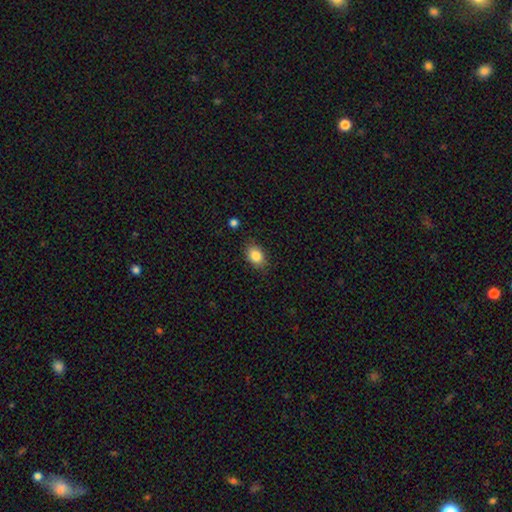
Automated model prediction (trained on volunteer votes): This appears to be a smooth galaxy with no disk features (84%) that is in between round and cigar-shaped (75%). Merging: none (83%).